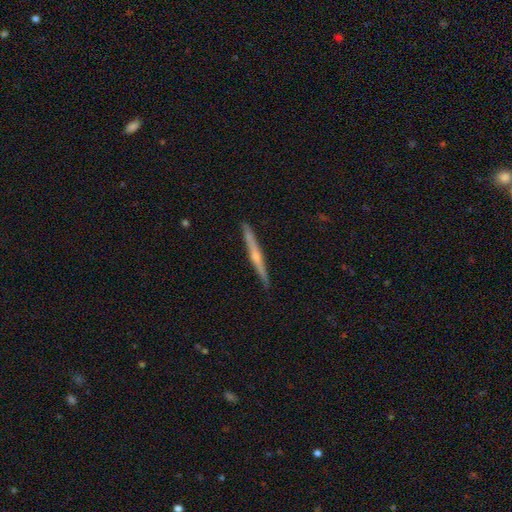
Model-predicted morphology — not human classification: This is likely a featured or disk galaxy (72%). It is clearly viewed edge-on (98%). Edge-on bulge: likely rounded (74%). Merging: clearly none (91%).